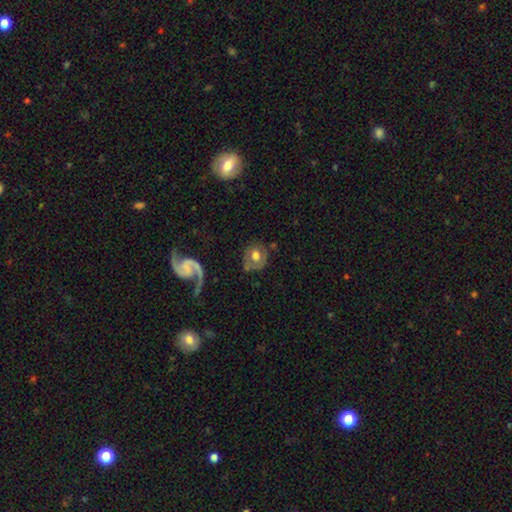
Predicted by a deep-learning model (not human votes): smooth-or-featured: smooth: 47% | featured or disk: 45% | star or artifact: 7%
  merging: none: 62% | minor disturbance: 21% | major disturbance: 13% | merger: 4%